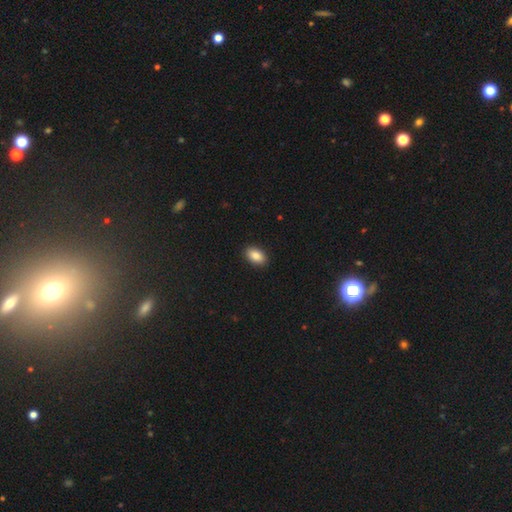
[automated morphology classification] smooth-or-featured: smooth: 88% | star or artifact: 7% | featured or disk: 4%
  how-rounded: in between: 92% | round: 7% | cigar-shaped: 2%
  merging: none: 91% | minor disturbance: 7% | major disturbance: 2% | merger: 1%